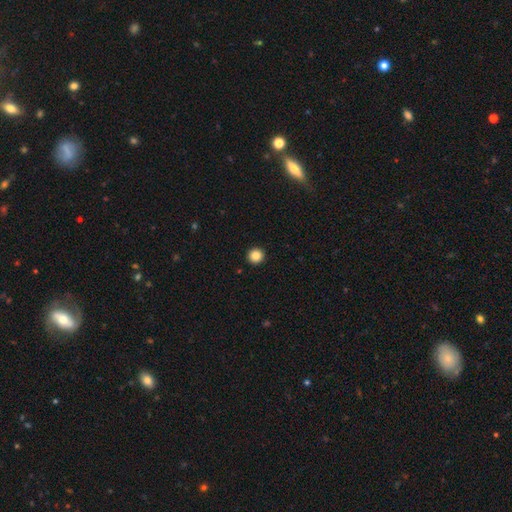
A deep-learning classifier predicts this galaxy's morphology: A smooth galaxy with no disk features (86%) that is round (95%).

Vote fractions:
- Smooth or featured? smooth: 86% / star or artifact: 10% / featured or disk: 4%
- How rounded? round: 95% / in between: 4% / cigar-shaped: 1%
- Merging? none: 94% / minor disturbance: 4% / major disturbance: 1% / merger: 1%